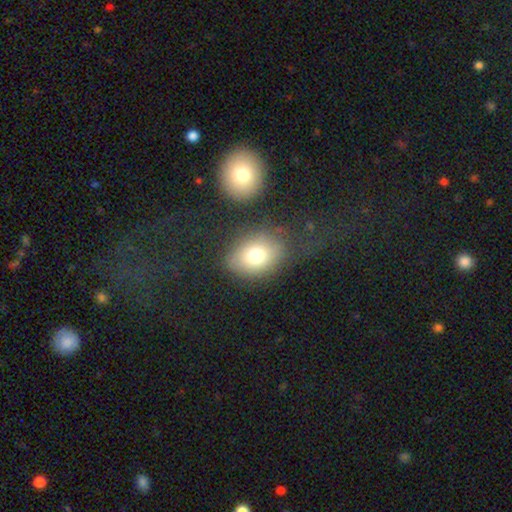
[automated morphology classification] Overall: smooth (75%). How rounded: in between (63%; round 35%). Merging: none (72%).